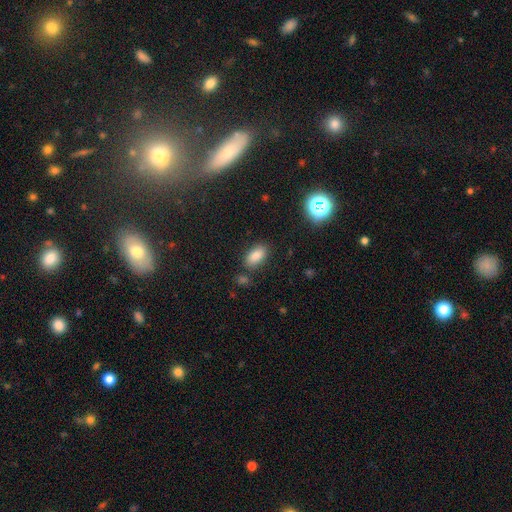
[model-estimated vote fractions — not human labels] Morphology: type=smooth (83%); roundness=in between (90%); merging=none (80%).